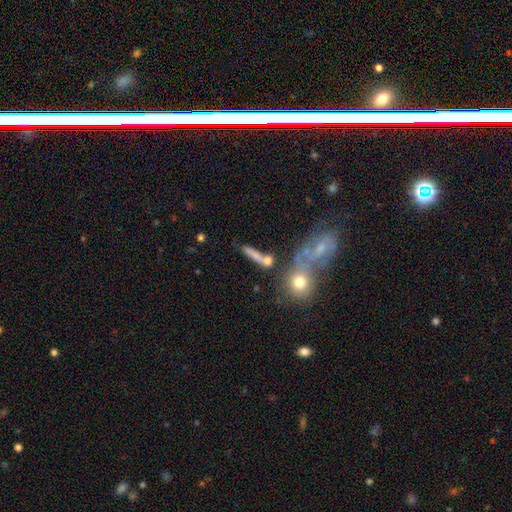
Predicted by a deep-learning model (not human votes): Q: Smooth or featured?
A: smooth (66%); runner-up: featured or disk (22%)
Q: How rounded?
A: cigar-shaped (71%); runner-up: in between (18%)
Q: Merging?
A: none (50%); runner-up: merger (26%)